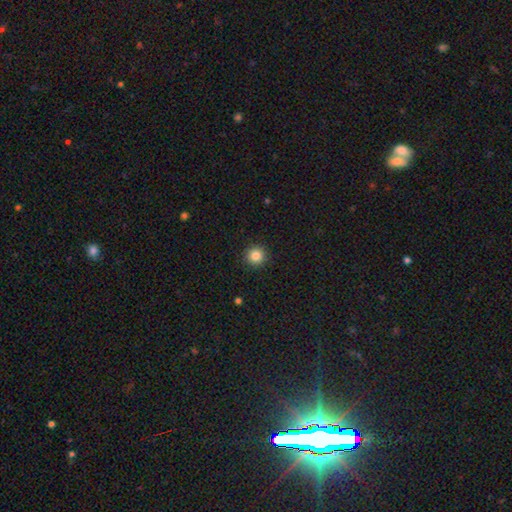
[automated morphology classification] Smooth or featured? smooth (84%)
How rounded? round (95%)
Merging? none (93%)